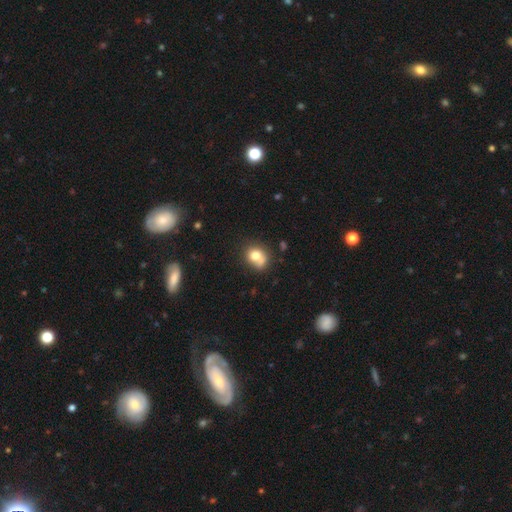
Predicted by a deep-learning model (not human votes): This appears to be a smooth galaxy with no disk features (75%) that is round (66%). Merging: none (49%).